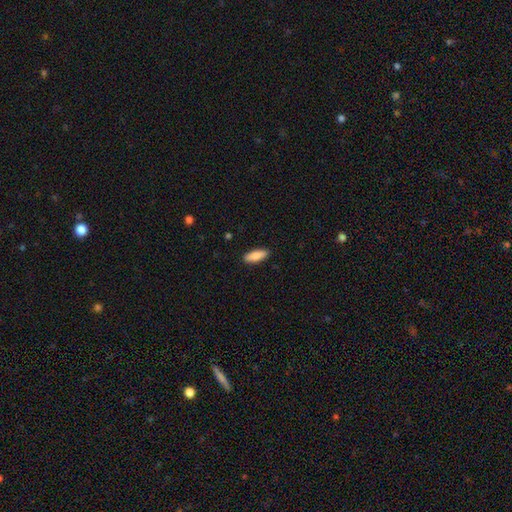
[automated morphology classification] Smooth or featured? Predicted: smooth (p=0.85). How rounded? Predicted: in between (p=0.65). Merging? Predicted: none (p=0.90).